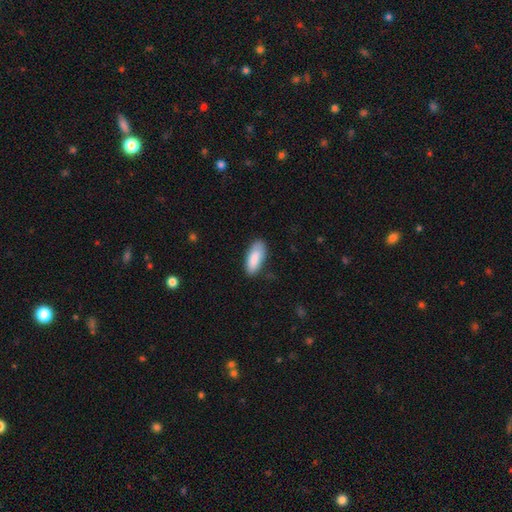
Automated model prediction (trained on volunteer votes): Smooth or featured? smooth (87%)
How rounded? in between (81%)
Merging? none (79%)